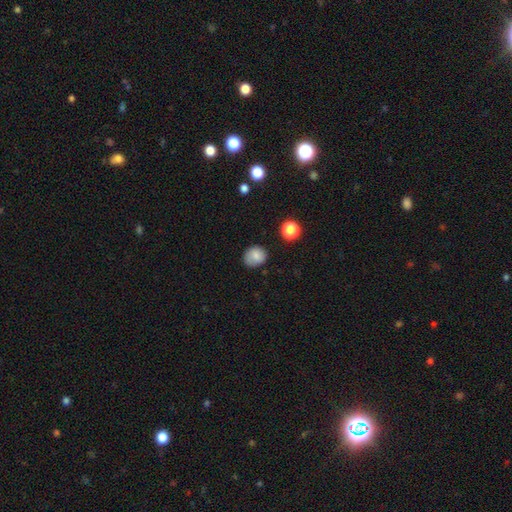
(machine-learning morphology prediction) Smooth or featured? Predicted: smooth (p=0.79). How rounded? Predicted: round (p=0.69). Merging? Predicted: none (p=0.75).